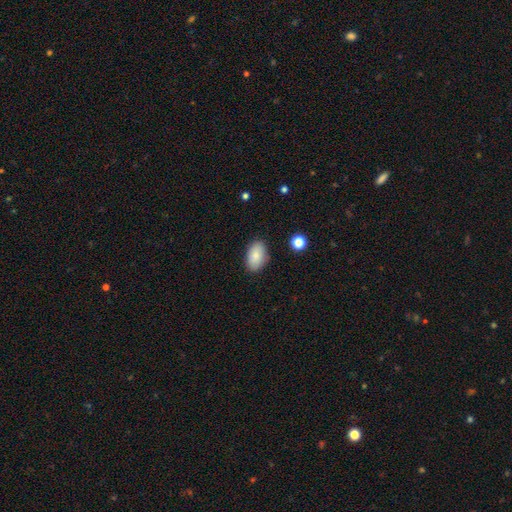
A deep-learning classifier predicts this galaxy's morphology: smooth-or-featured: smooth: 85% | featured or disk: 8% | star or artifact: 7%
  how-rounded: in between: 93% | round: 5% | cigar-shaped: 1%
  merging: none: 85% | minor disturbance: 11% | major disturbance: 3% | merger: 1%